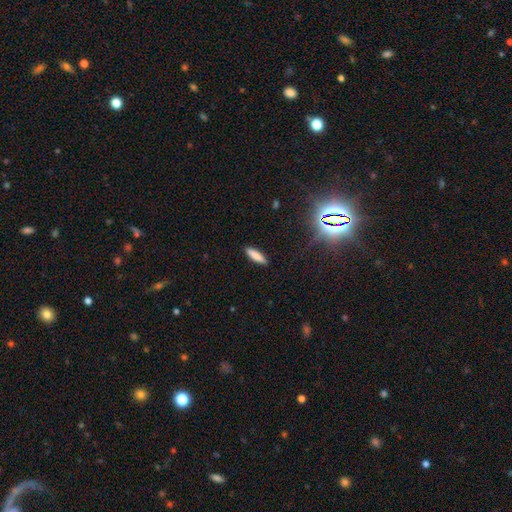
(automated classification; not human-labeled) A smooth galaxy with no disk features (82%) that is cigar-shaped (66%). Merging: none (90%).